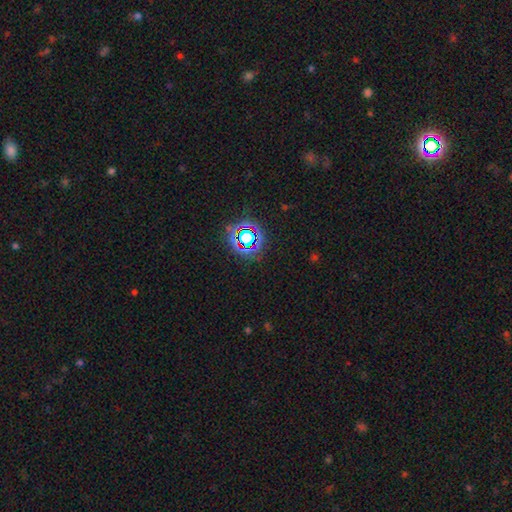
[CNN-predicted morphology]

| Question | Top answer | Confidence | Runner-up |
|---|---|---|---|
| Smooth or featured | star or artifact | 69% | smooth (21%) |